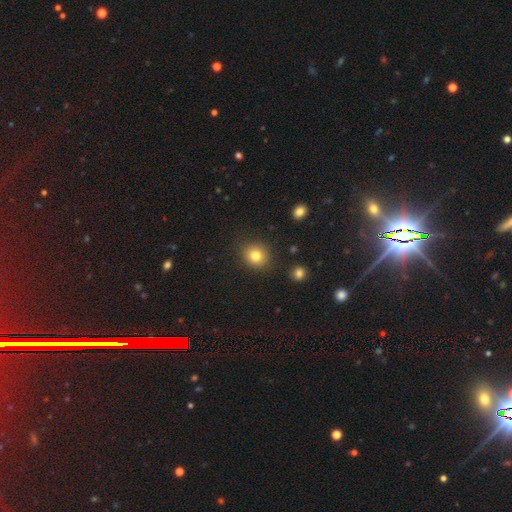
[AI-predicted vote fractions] smooth-or-featured: smooth: 81% | star or artifact: 12% | featured or disk: 7%
  how-rounded: round: 82% | in between: 17% | cigar-shaped: 1%
  merging: none: 87% | minor disturbance: 8% | major disturbance: 3% | merger: 2%